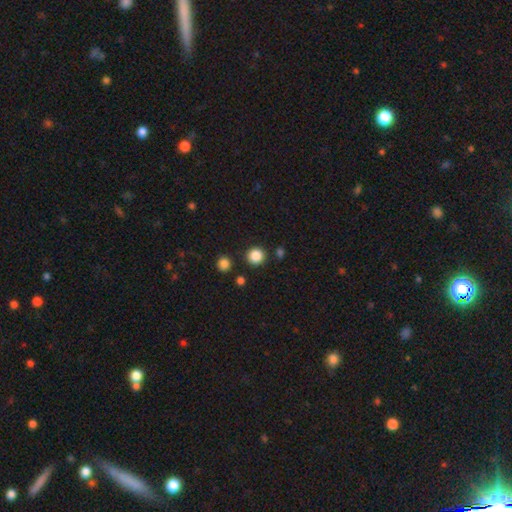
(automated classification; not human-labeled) smooth 86%, star or artifact 11%, featured or disk 3%. Down the decision tree: how rounded — round (93%); merging — none (89%).